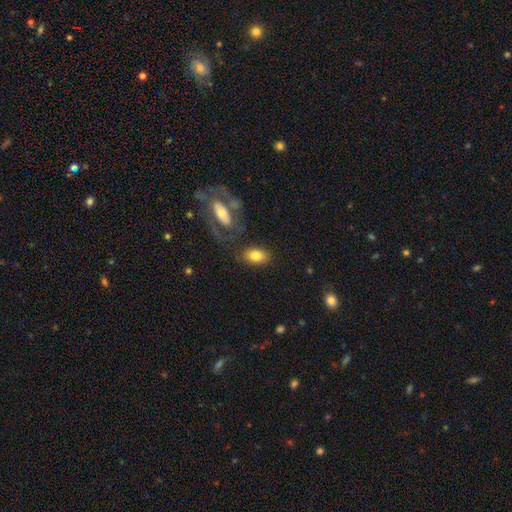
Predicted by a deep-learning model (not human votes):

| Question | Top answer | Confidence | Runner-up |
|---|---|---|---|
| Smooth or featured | smooth | 80% | featured or disk (13%) |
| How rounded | in between | 87% | round (11%) |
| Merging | none | 77% | minor disturbance (12%) |